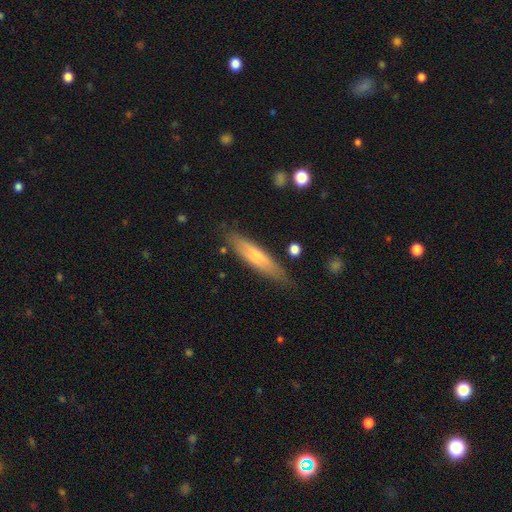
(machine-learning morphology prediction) smooth_or_featured: smooth (p=0.57) [alt: featured or disk p=0.37]
how_rounded: cigar-shaped (p=0.80) [alt: in between p=0.19]
merging: none (p=0.79) [alt: minor disturbance p=0.16]